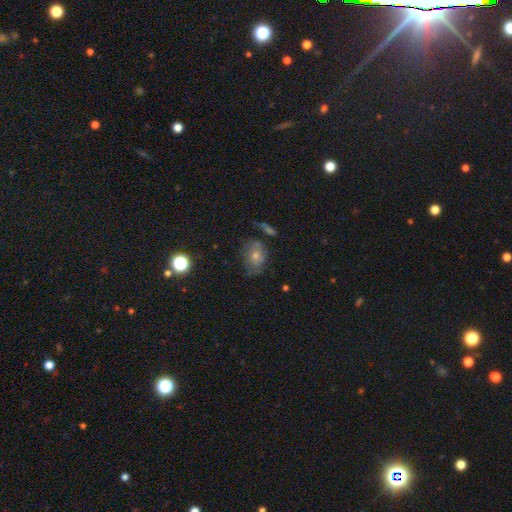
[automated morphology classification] The model was most divided on "merging": none: 51%, minor disturbance: 29%, major disturbance: 15%, merger: 6%. More confident: how rounded — in between (65%); smooth or featured — smooth (63%).